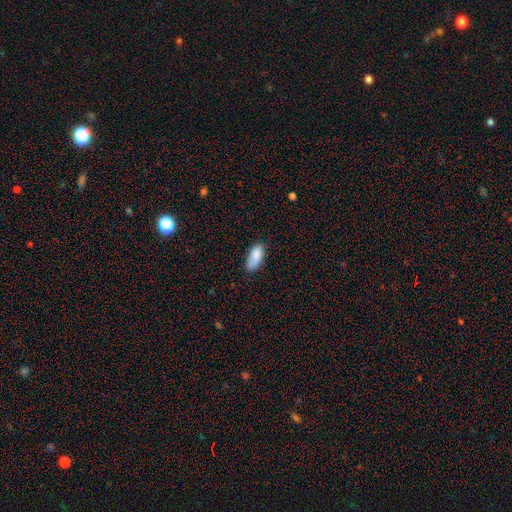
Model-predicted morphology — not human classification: smooth 87%, featured or disk 7%, star or artifact 7%. Down the decision tree: how rounded — in between (88%); merging — none (69%).